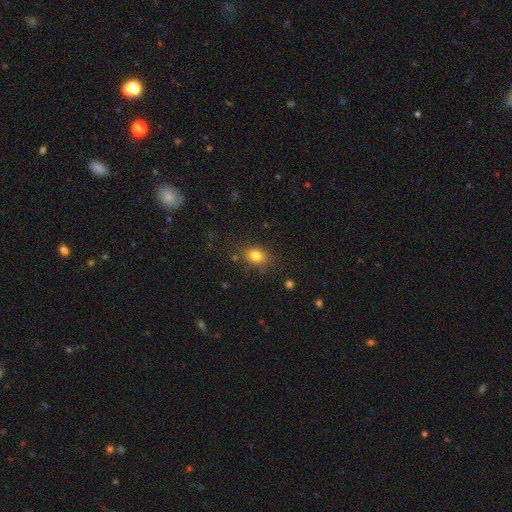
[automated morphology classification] Q: Smooth or featured?
A: smooth (80%); runner-up: star or artifact (12%)
Q: How rounded?
A: in between (65%); runner-up: round (33%)
Q: Merging?
A: none (78%); runner-up: minor disturbance (15%)